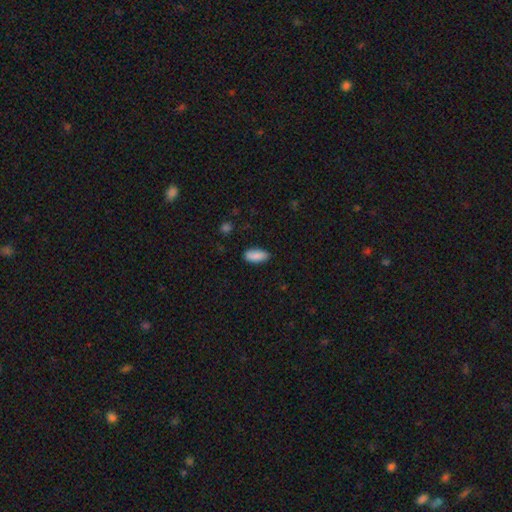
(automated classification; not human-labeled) Smooth or featured?
  - smooth: 89% *
  - star or artifact: 6%
  - featured or disk: 5%
How rounded?
  - in between: 87% *
  - cigar-shaped: 11%
  - round: 2%
Merging?
  - none: 85% *
  - minor disturbance: 12%
  - major disturbance: 2%
  - merger: 1%